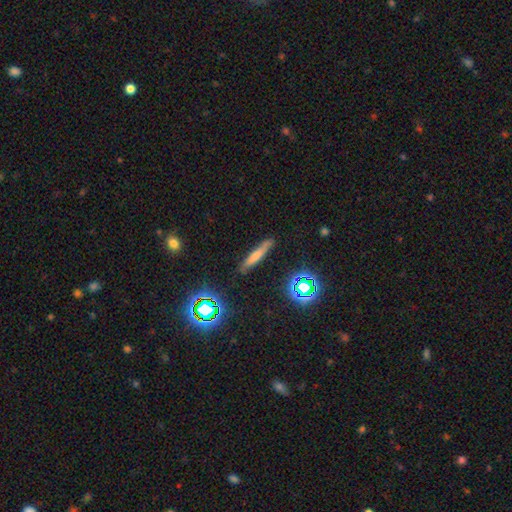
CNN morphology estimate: smooth 62%, featured or disk 23%, star or artifact 15%. Down the decision tree: how rounded — cigar-shaped (90%); merging — none (82%).